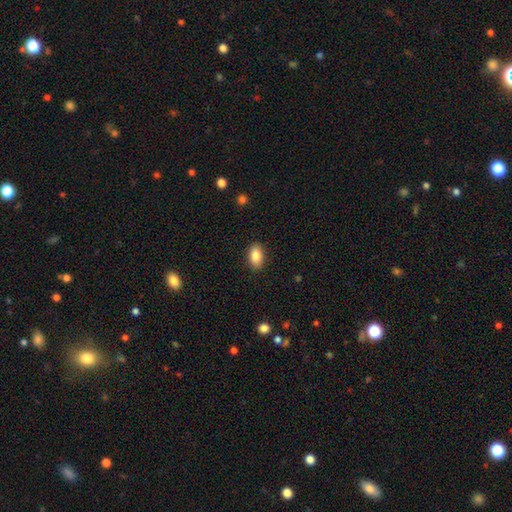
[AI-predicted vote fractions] smooth_or_featured: smooth (p=0.86) [alt: star or artifact p=0.08]
how_rounded: in between (p=0.90) [alt: round p=0.08]
merging: none (p=0.88) [alt: minor disturbance p=0.08]